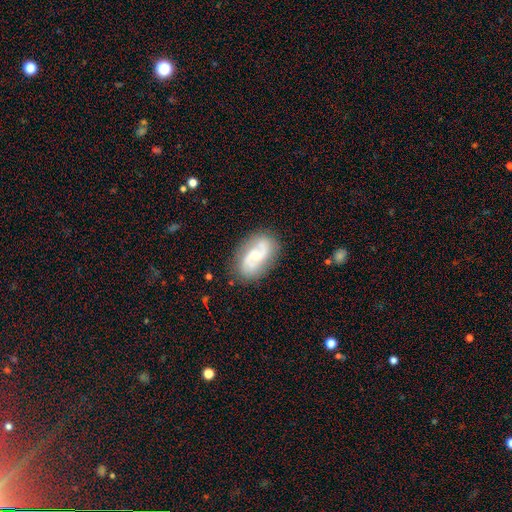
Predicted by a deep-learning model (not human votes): The model was most divided on "bulge size": small: 51%, moderate: 44%, large: 3%, none: 2%, dominant: 1%. Remaining: edge-on disk — no (96%); spiral arms — yes (92%); spiral arm count — 2 (87%); merging — none (79%); smooth or featured — featured or disk (76%); bar — no (55%); spiral winding — medium (46%).